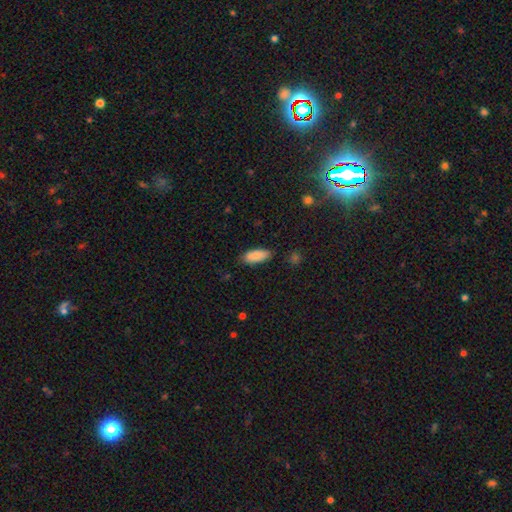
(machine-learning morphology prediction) Overall: smooth (88%). How rounded: in between (81%). Merging: none (82%).